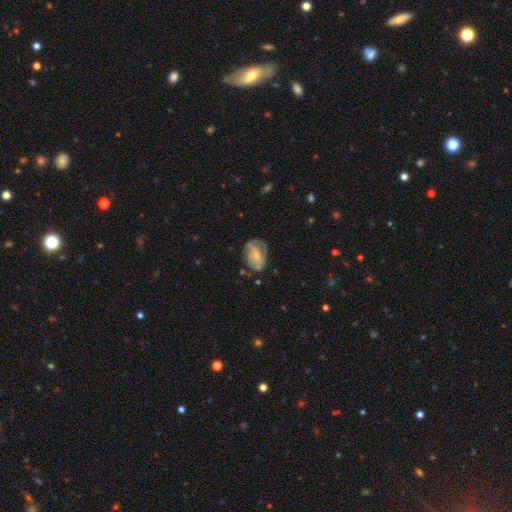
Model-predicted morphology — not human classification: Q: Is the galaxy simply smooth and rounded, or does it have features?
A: featured or disk — 61%.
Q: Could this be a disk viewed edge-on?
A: no — 96%.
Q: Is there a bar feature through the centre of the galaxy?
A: no — 60%.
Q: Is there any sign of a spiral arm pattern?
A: yes — 74%.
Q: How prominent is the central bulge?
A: small — 62%.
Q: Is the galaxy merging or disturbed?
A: none — 57%.